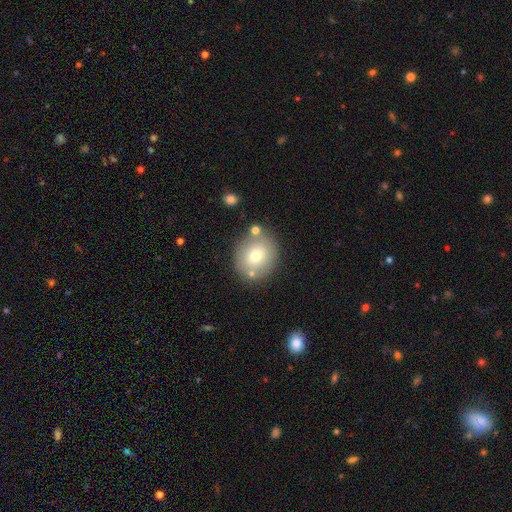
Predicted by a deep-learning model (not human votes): Smooth or featured? Predicted: smooth (p=0.69). How rounded? Predicted: round (p=0.72). Merging? Predicted: none (p=0.76).